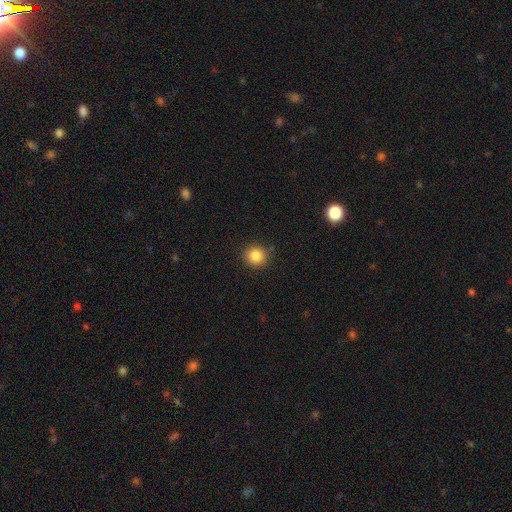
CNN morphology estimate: smooth-or-featured: smooth: 86% | star or artifact: 10% | featured or disk: 4%
  how-rounded: round: 91% | in between: 8% | cigar-shaped: 1%
  merging: none: 89% | minor disturbance: 8% | major disturbance: 2% | merger: 1%